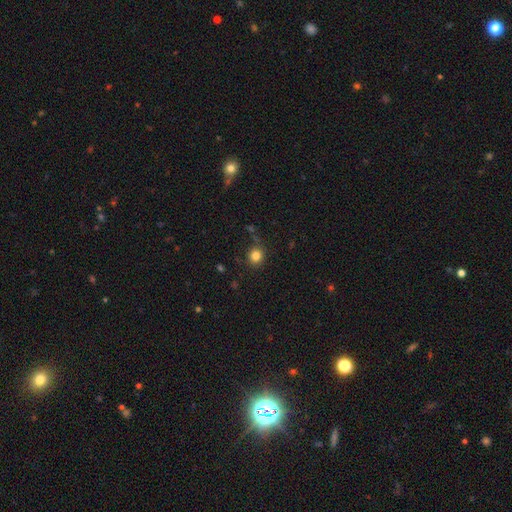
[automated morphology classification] The model was most divided on "smooth or featured": smooth: 82%, star or artifact: 13%, featured or disk: 5%. More confident: how rounded — round (88%); merging — none (83%).